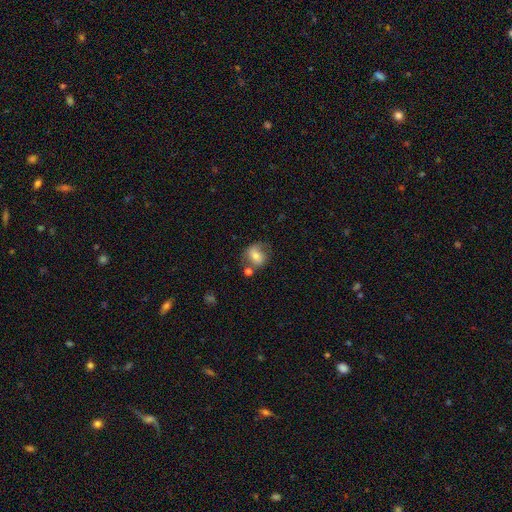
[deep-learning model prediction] Smooth or featured: smooth — 65% (featured or disk — 26%)
How rounded: round — 53% (in between — 45%)
Merging: none — 51% (minor disturbance — 22%)